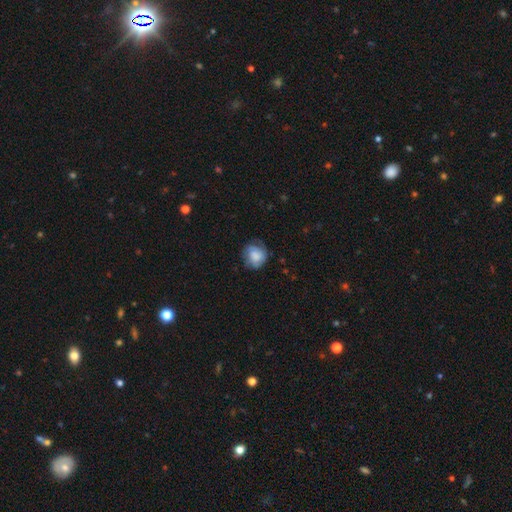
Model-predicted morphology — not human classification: Smooth or featured? smooth (69%)
How rounded? round (75%)
Merging? none (62%)